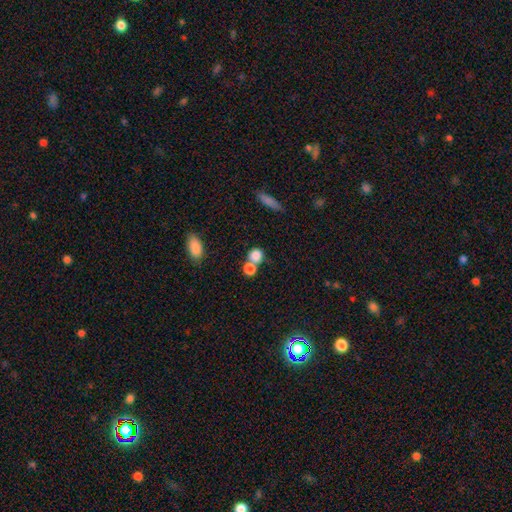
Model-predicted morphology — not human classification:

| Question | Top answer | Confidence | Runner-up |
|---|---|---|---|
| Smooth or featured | smooth | 82% | star or artifact (11%) |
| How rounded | round | 81% | in between (17%) |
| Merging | none | 47% | merger (42%) |